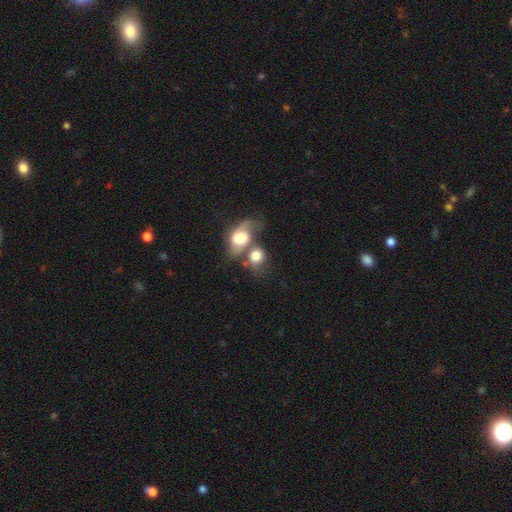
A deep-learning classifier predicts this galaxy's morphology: A smooth galaxy with no disk features (67%) that is round (56%).

Vote fractions:
- Smooth or featured? smooth: 67% / featured or disk: 25% / star or artifact: 9%
- How rounded? round: 56% / in between: 43% / cigar-shaped: 2%
- Merging? merger: 57% / none: 23% / minor disturbance: 10% / major disturbance: 10%